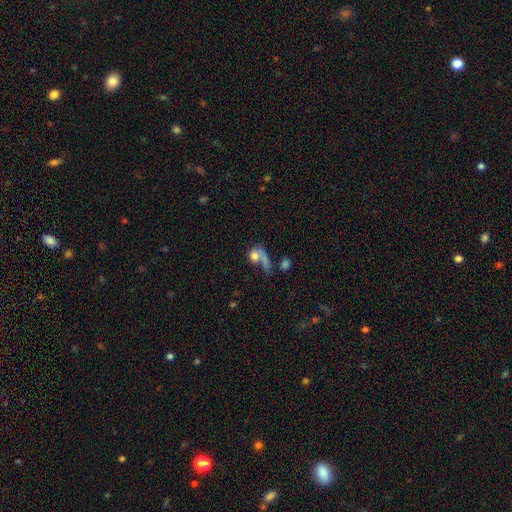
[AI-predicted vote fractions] smooth 62%, featured or disk 26%, star or artifact 13%. Down the decision tree: how rounded — round (47%); merging — merger (35%).